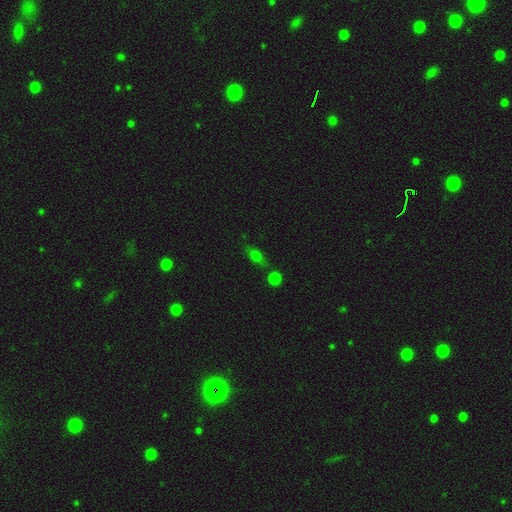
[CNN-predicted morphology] Smooth or featured: smooth — 61% (star or artifact — 20%)
How rounded: in between — 63% (round — 18%)
Merging: none — 70% (minor disturbance — 15%)